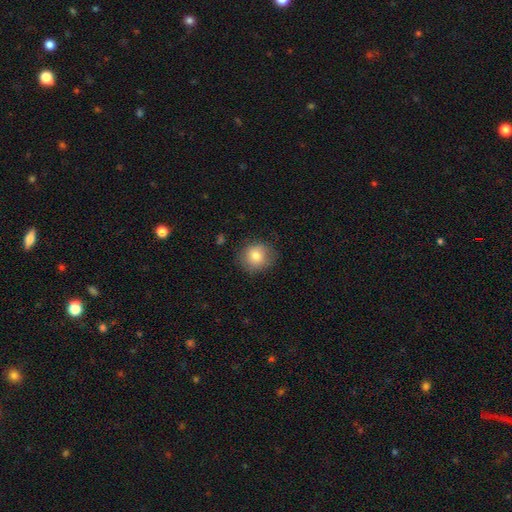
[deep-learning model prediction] Smooth or featured: smooth — 82% (featured or disk — 10%)
How rounded: round — 80% (in between — 19%)
Merging: none — 79% (minor disturbance — 15%)